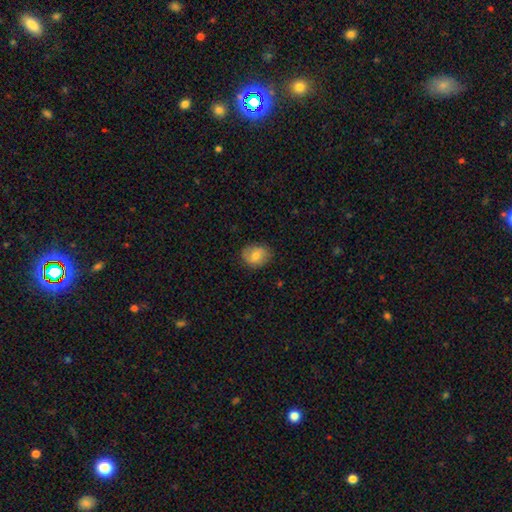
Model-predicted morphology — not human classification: type=smooth (74%); roundness=round (56%); merging=none (82%).